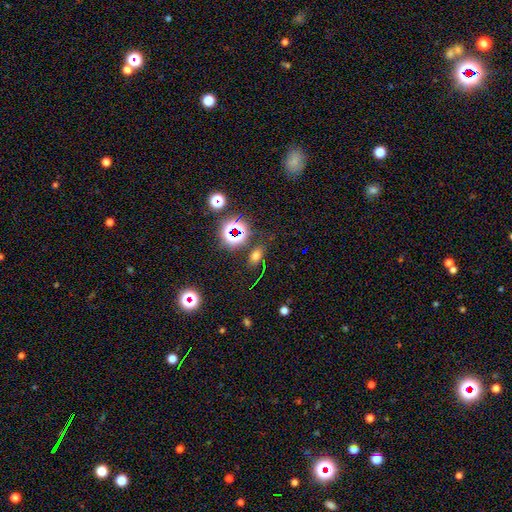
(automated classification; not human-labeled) smooth 55%, star or artifact 35%, featured or disk 10%. Down the decision tree: how rounded — in between (78%); merging — none (78%).